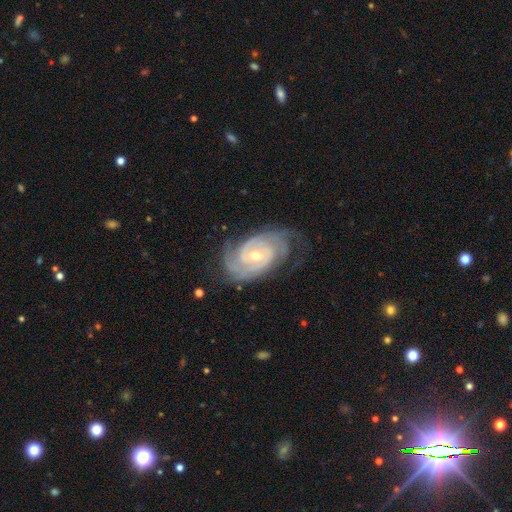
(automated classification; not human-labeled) smooth-or-featured: featured or disk: 91% | star or artifact: 4% | smooth: 4%
  disk-edge-on: no: 97% | yes: 3%
    bar: no: 50% | weak: 39% | strong: 11%
    has-spiral-arms: yes: 98% | no: 2%
      spiral-winding: tight: 73% | medium: 23% | loose: 4%
      spiral-arm-count: 2: 42% | 3: 23% | can't tell: 17% | 4: 9% | more than 4: 5% | 1: 5%
    bulge-size: small: 56% | moderate: 41% | large: 1% | none: 1% | dominant: 1%
  merging: none: 70% | minor disturbance: 20% | major disturbance: 8% | merger: 1%